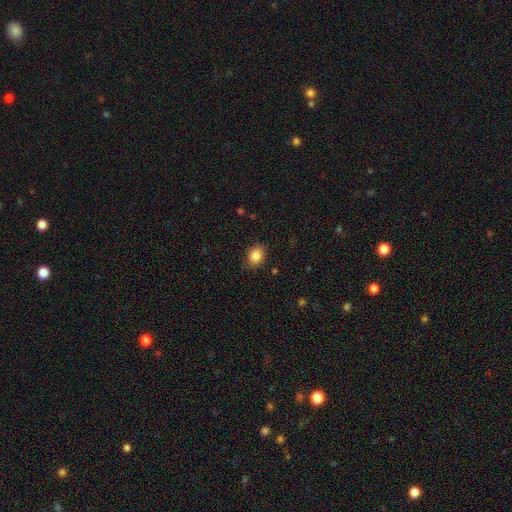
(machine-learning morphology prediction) type=smooth (86%); roundness=in between (66%); merging=none (83%).